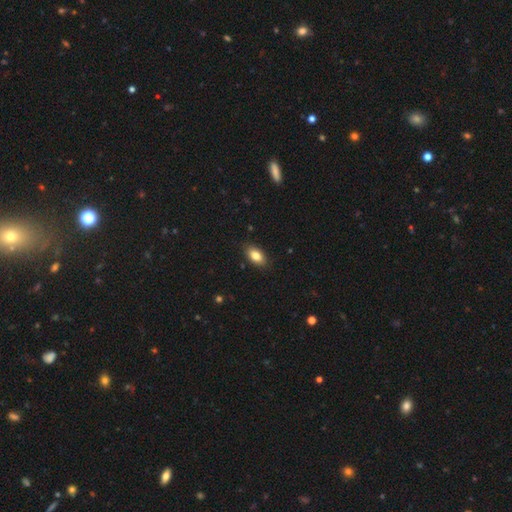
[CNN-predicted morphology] smooth-or-featured: smooth: 83% | featured or disk: 9% | star or artifact: 8%
  how-rounded: in between: 91% | round: 5% | cigar-shaped: 4%
  merging: none: 86% | minor disturbance: 10% | major disturbance: 2% | merger: 1%